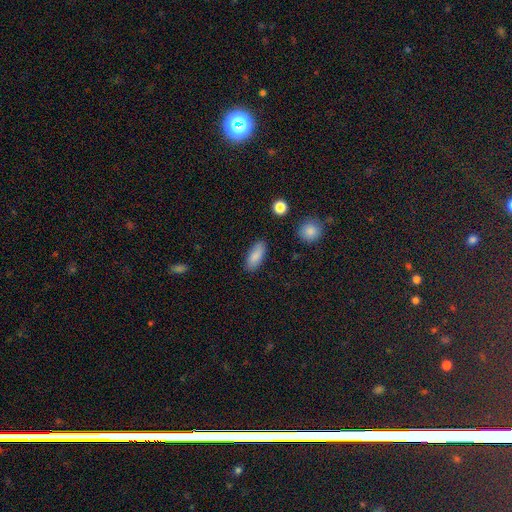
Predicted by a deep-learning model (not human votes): smooth 87%, featured or disk 7%, star or artifact 7%. Down the decision tree: how rounded — in between (78%); merging — none (86%).